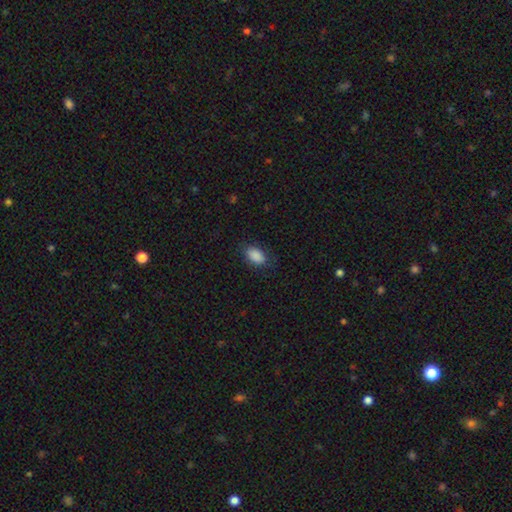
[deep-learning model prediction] Morphology: type=smooth (89%); roundness=in between (90%); merging=none (81%).